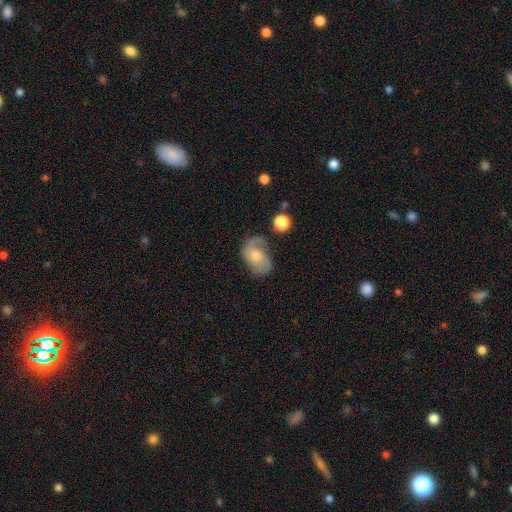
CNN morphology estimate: Q: Smooth or featured?
A: featured or disk (56%); runner-up: smooth (36%)
Q: Edge-on disk?
A: no (96%); runner-up: yes (4%)
Q: Bar?
A: no (70%); runner-up: weak (26%)
Q: Spiral arms?
A: yes (84%); runner-up: no (16%)
Q: Bulge size?
A: moderate (49%); runner-up: small (34%)
Q: Merging?
A: none (47%); runner-up: minor disturbance (28%)